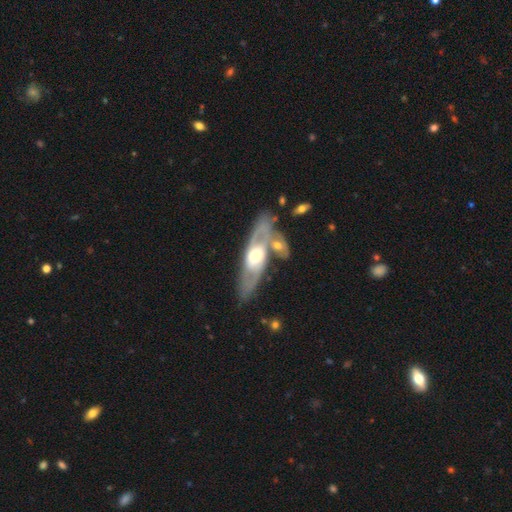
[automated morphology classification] A featured or disk galaxy (72%) with no bar (57%), spiral arms (67%) and a moderate central bulge (65%). Merging: none (58%).